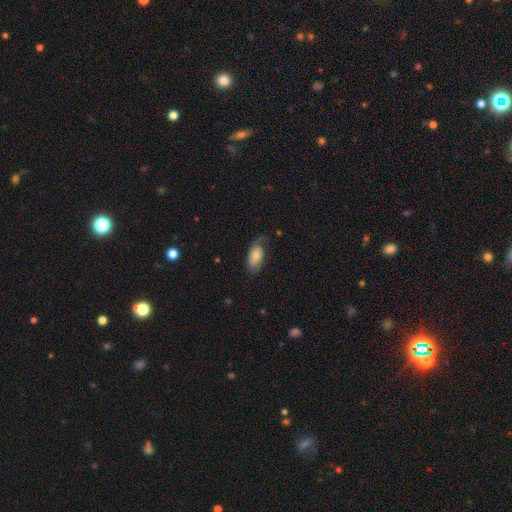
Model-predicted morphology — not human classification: Smooth or featured? Predicted: smooth (p=0.49). Merging? Predicted: none (p=0.55).